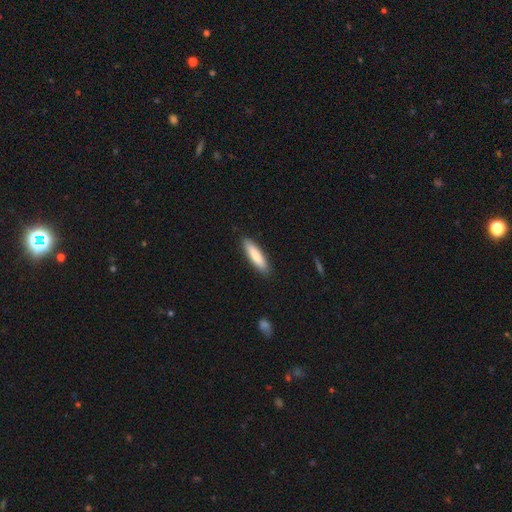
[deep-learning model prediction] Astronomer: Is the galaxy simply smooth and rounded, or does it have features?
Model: smooth — 82%.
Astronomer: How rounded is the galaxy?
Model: cigar-shaped — 73%.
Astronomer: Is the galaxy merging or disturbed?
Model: none — 90%.